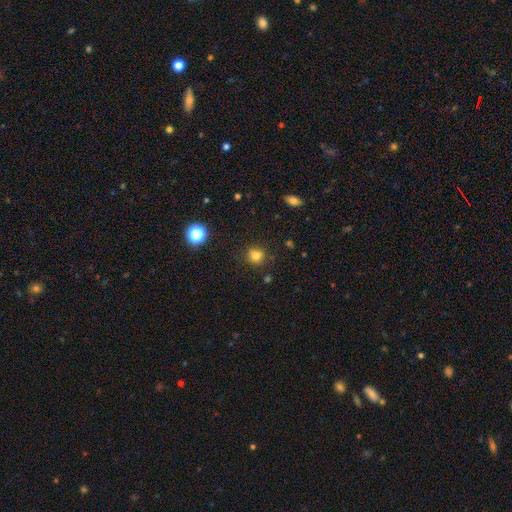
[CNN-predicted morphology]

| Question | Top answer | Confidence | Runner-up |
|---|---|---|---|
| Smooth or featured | smooth | 77% | star or artifact (16%) |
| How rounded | round | 85% | in between (14%) |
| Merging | none | 79% | minor disturbance (12%) |